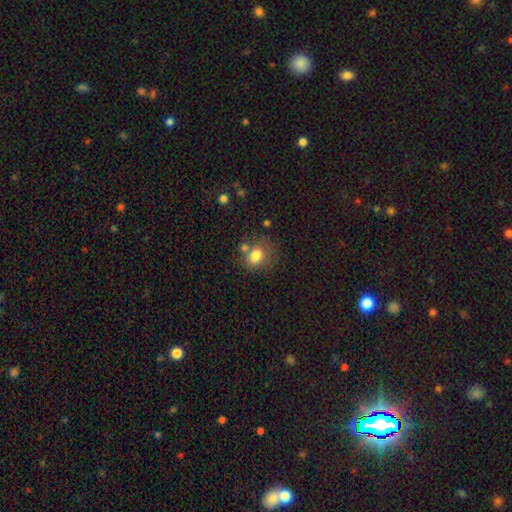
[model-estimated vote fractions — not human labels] This is likely a smooth galaxy (80%). How rounded: possibly round (51%). Merging: possibly none (55%).